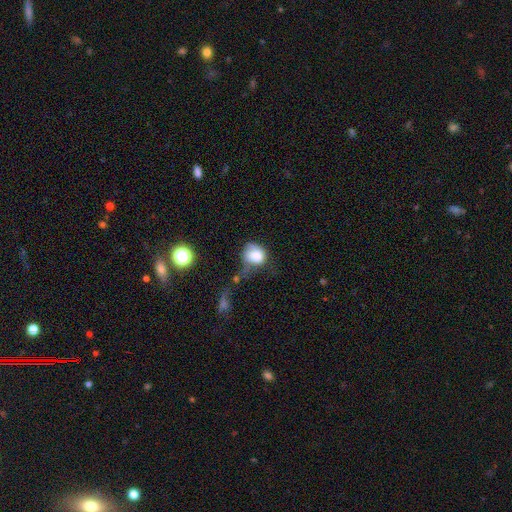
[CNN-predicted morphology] This appears to be a smooth galaxy with no disk features (72%) that is round (60%). Merging: major disturbance (33%).